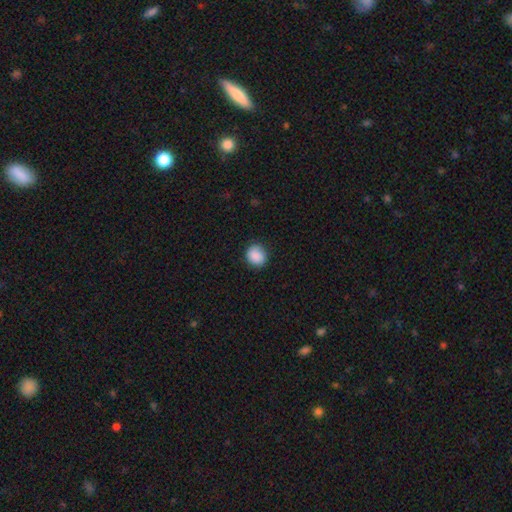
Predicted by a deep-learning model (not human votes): Smooth or featured?
  - smooth: 88% *
  - star or artifact: 8%
  - featured or disk: 4%
How rounded?
  - round: 81% *
  - in between: 18%
  - cigar-shaped: 1%
Merging?
  - none: 85% *
  - minor disturbance: 12%
  - major disturbance: 3%
  - merger: 1%